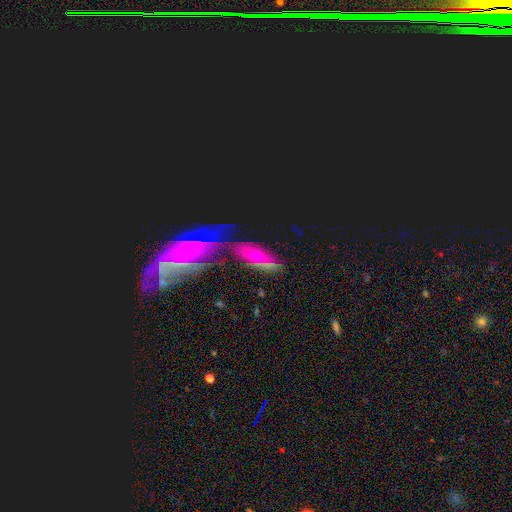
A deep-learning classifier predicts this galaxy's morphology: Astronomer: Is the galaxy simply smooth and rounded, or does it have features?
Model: featured or disk — 62%.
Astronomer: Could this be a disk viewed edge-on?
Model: no — 79%.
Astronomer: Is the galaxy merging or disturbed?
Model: none — 50%.